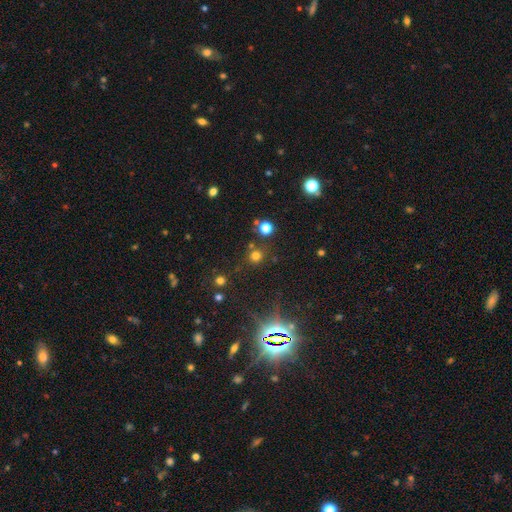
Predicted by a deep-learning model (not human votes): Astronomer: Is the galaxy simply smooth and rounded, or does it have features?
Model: smooth — 67%.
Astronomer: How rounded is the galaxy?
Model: round — 92%.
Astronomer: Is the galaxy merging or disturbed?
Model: none — 79%.